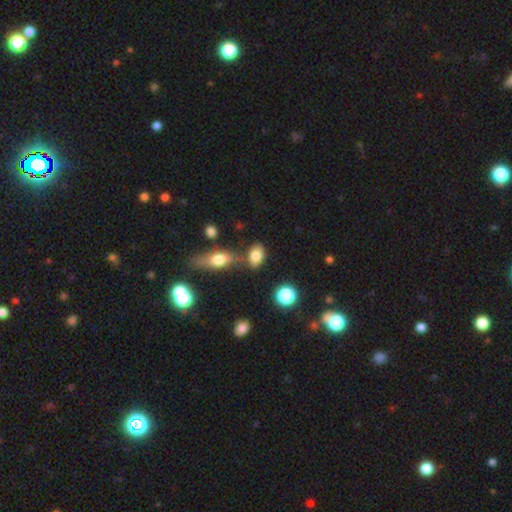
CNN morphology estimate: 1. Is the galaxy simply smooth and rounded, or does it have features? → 79% smooth, 11% star or artifact, 10% featured or disk.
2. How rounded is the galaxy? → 82% in between, 16% round, 2% cigar-shaped.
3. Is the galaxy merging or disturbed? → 65% none, 15% minor disturbance, 15% merger, 5% major disturbance.